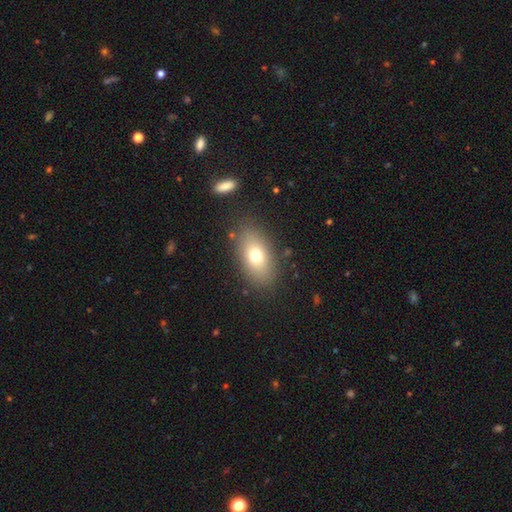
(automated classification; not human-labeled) A smooth galaxy with no disk features (72%) that is in between round and cigar-shaped (86%). Merging: none (83%).